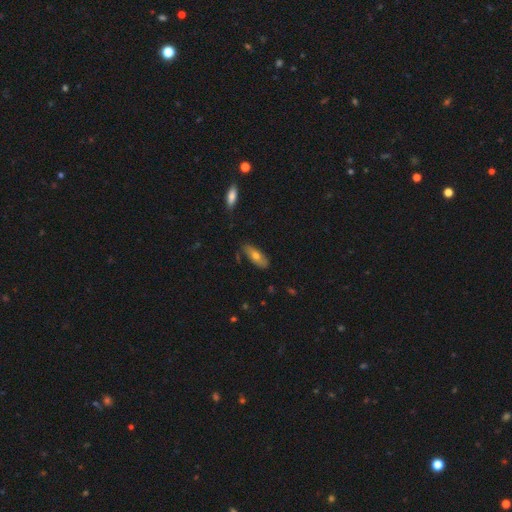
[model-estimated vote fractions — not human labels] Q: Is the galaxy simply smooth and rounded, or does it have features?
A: smooth — 62%.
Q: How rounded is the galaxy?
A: in between — 75%.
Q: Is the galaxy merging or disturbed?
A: none — 70%.